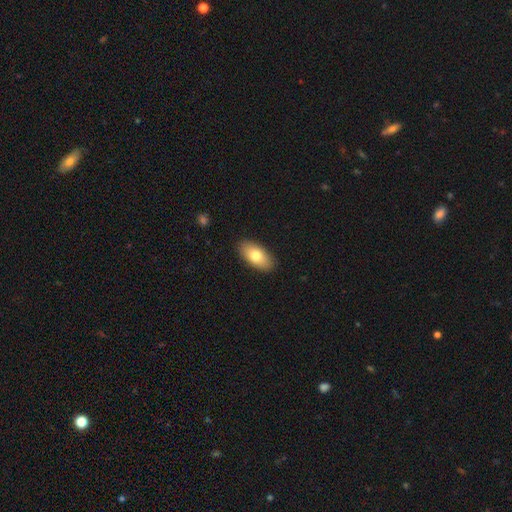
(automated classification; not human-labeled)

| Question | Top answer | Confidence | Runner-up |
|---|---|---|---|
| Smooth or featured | smooth | 75% | featured or disk (19%) |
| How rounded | in between | 92% | cigar-shaped (5%) |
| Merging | none | 89% | minor disturbance (8%) |